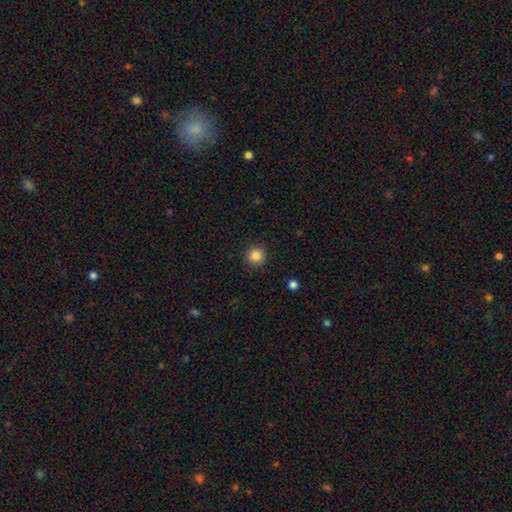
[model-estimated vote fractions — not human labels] smooth-or-featured: smooth: 85% | star or artifact: 11% | featured or disk: 4%
  how-rounded: round: 95% | in between: 4% | cigar-shaped: 1%
  merging: none: 92% | minor disturbance: 5% | major disturbance: 2% | merger: 1%